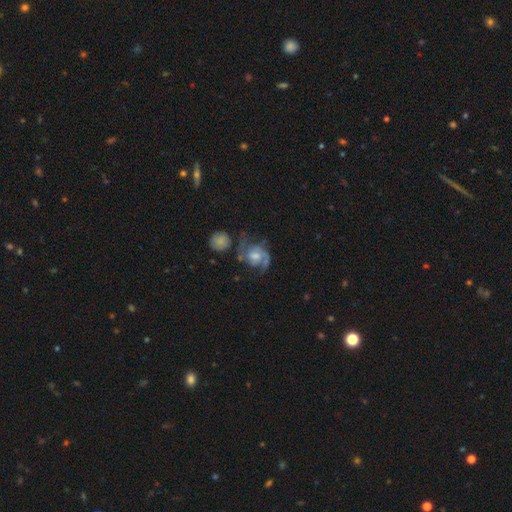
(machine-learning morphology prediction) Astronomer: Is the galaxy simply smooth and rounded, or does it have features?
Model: featured or disk — 79%.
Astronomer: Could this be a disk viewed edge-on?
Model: no — 98%.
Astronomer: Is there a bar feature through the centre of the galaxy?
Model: no — 56% (runner-up: weak, 37%).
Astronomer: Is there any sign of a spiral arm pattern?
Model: yes — 94%.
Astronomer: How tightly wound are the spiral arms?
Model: medium — 51%.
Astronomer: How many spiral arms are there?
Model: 2 — 81%.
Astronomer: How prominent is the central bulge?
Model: moderate — 47% (runner-up: small, 29%).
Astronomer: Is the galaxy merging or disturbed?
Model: none — 49%.